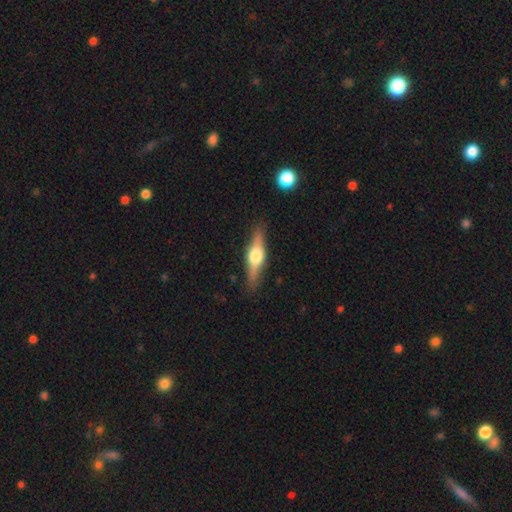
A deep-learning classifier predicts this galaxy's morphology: Overall: featured or disk (64%; smooth 30%). Edge-on disk: yes (95%). Edge-on bulge: rounded (93%). Merging: none (87%).